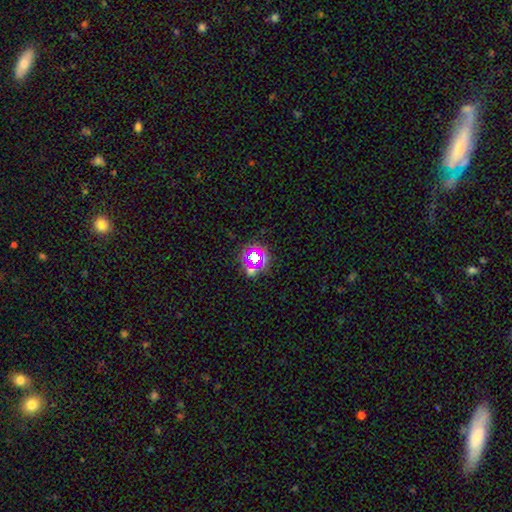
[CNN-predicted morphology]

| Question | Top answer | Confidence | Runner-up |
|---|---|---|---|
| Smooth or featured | star or artifact | 56% | smooth (31%) |